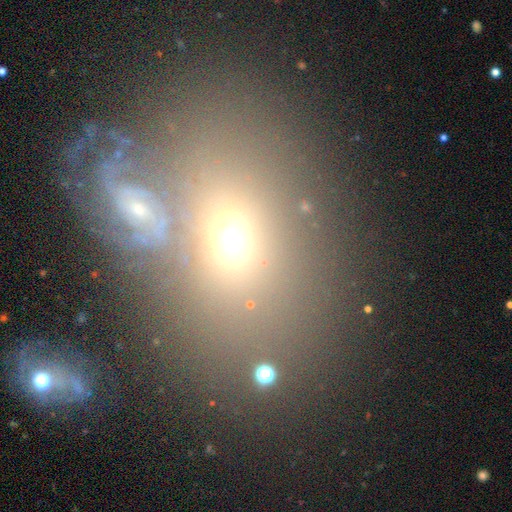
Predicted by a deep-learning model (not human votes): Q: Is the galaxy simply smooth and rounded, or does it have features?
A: smooth — 56%.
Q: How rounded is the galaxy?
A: in between — 70%.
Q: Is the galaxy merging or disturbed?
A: none — 47%.